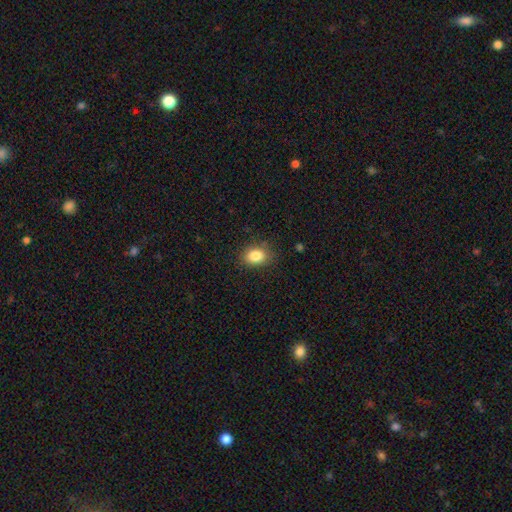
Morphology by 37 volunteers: smooth-or-featured: smooth: 86% | featured or disk: 8% | star or artifact: 5%
  how-rounded: in between: 78% | round: 22% | cigar-shaped: 0%
  merging: none: 80% | minor disturbance: 17% | major disturbance: 3% | merger: 0%